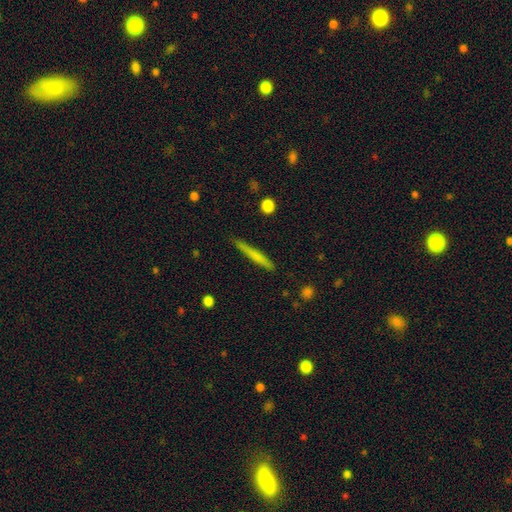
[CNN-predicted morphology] A smooth galaxy with no disk features (61%) that is cigar-shaped (96%).

Vote fractions:
- Smooth or featured? smooth: 61% / featured or disk: 33% / star or artifact: 6%
- How rounded? cigar-shaped: 96% / in between: 3% / round: 2%
- Merging? none: 86% / minor disturbance: 10% / major disturbance: 2% / merger: 2%